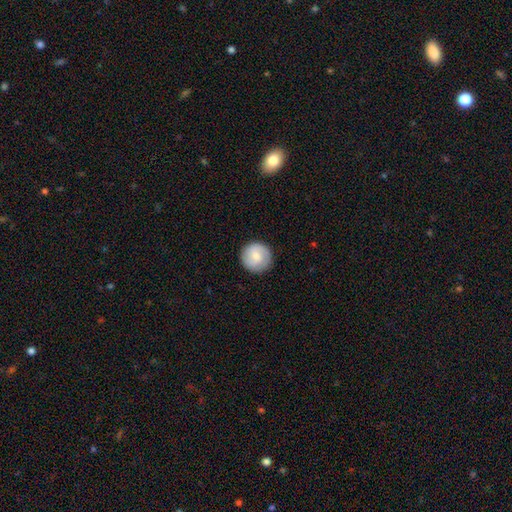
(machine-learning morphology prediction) A smooth galaxy with no disk features (60%) that is round (95%).

Vote fractions:
- Smooth or featured? smooth: 60% / featured or disk: 34% / star or artifact: 6%
- How rounded? round: 95% / in between: 4% / cigar-shaped: 1%
- Merging? none: 88% / minor disturbance: 8% / major disturbance: 2% / merger: 1%